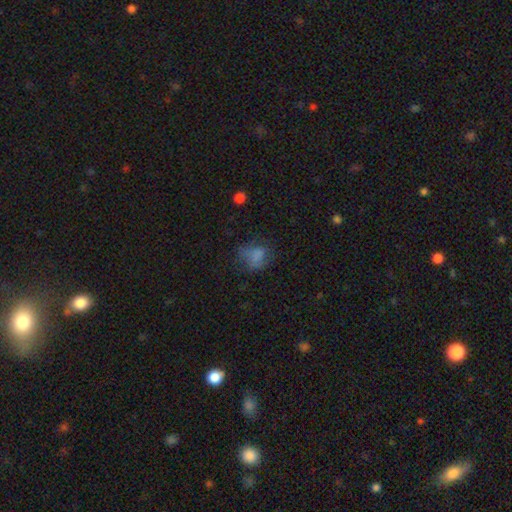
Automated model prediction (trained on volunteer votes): smooth 65%, featured or disk 20%, star or artifact 15%. Down the decision tree: how rounded — in between (54%); merging — none (45%).